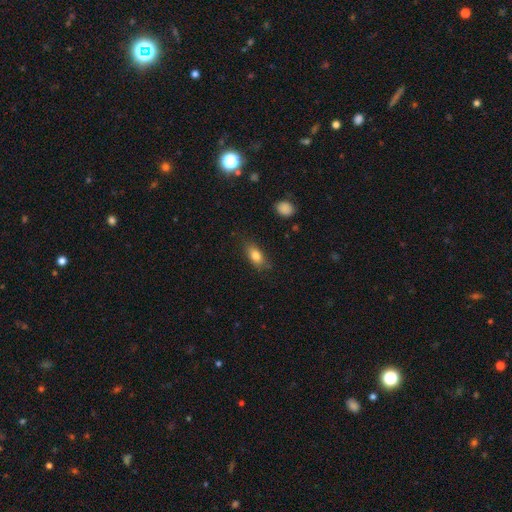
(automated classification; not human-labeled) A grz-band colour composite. It shows a smooth galaxy with no disk features (81%) that is in between round and cigar-shaped (84%). Merging: none (78%).